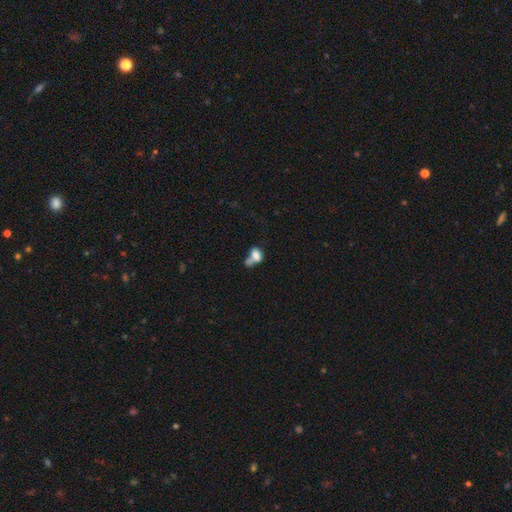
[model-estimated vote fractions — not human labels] Morphology: type=smooth (73%); roundness=in between (80%); merging=merger (55%).